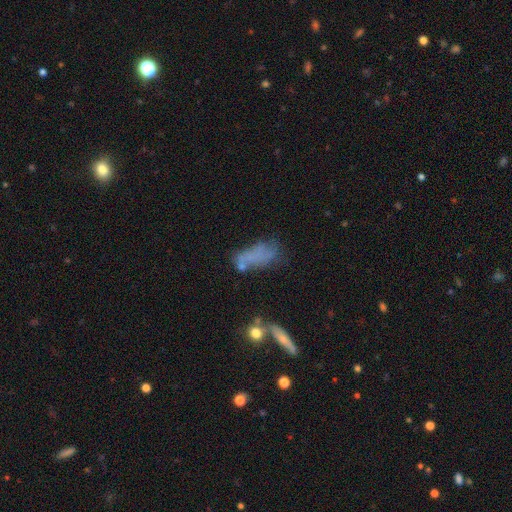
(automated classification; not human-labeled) smooth 55%, featured or disk 30%, star or artifact 15%. Down the decision tree: how rounded — in between (69%); merging — none (38%).